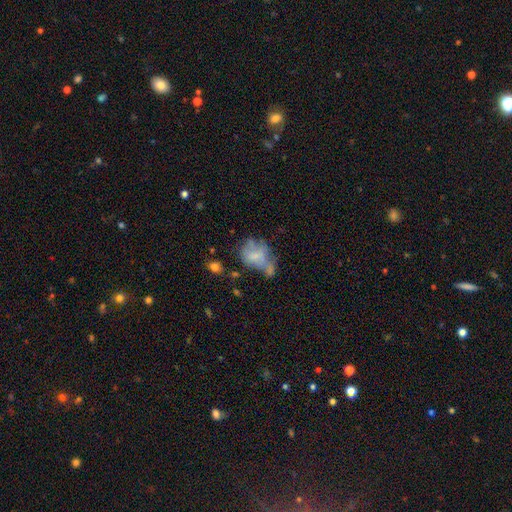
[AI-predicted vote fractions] A smooth galaxy with no disk features (52%) that is in between round and cigar-shaped (67%).

Vote fractions:
- Smooth or featured? smooth: 52% / featured or disk: 36% / star or artifact: 12%
- How rounded? in between: 67% / round: 31% / cigar-shaped: 2%
- Merging? major disturbance: 30% / merger: 24% / none: 24% / minor disturbance: 23%